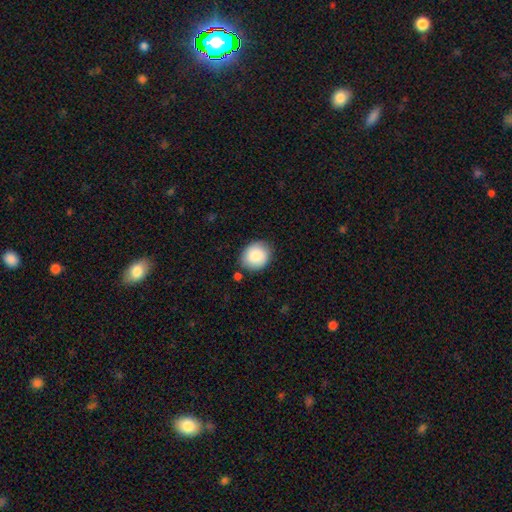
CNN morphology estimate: This appears to be a smooth galaxy with no disk features (87%) that is round (71%). Merging: none (80%).